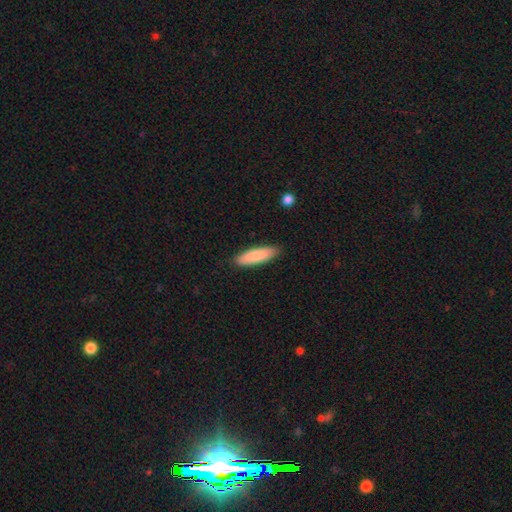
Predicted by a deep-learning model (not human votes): Smooth or featured: smooth — 85% (featured or disk — 10%)
How rounded: cigar-shaped — 60% (in between — 39%)
Merging: none — 88% (minor disturbance — 9%)